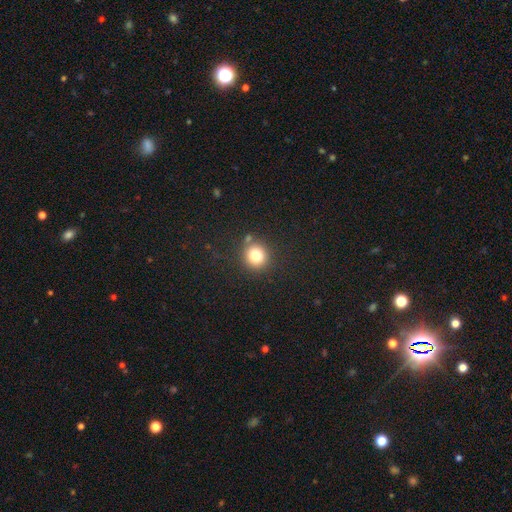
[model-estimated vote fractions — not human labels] Q: Smooth or featured?
A: smooth (79%); runner-up: star or artifact (13%)
Q: How rounded?
A: round (91%); runner-up: in between (8%)
Q: Merging?
A: none (81%); runner-up: minor disturbance (9%)